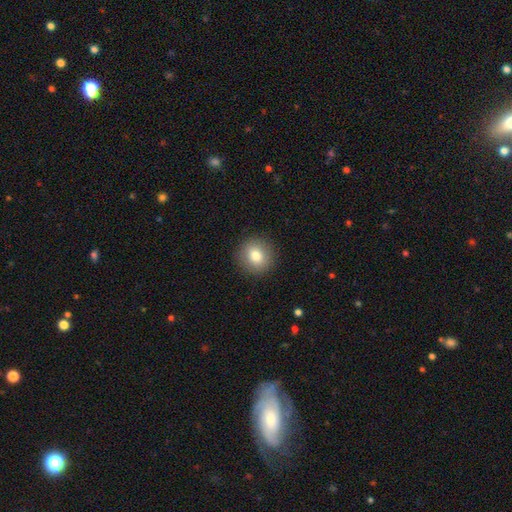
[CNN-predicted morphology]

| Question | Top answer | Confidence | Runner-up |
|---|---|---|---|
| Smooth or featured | smooth | 80% | featured or disk (11%) |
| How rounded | round | 90% | in between (9%) |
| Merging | none | 91% | minor disturbance (6%) |